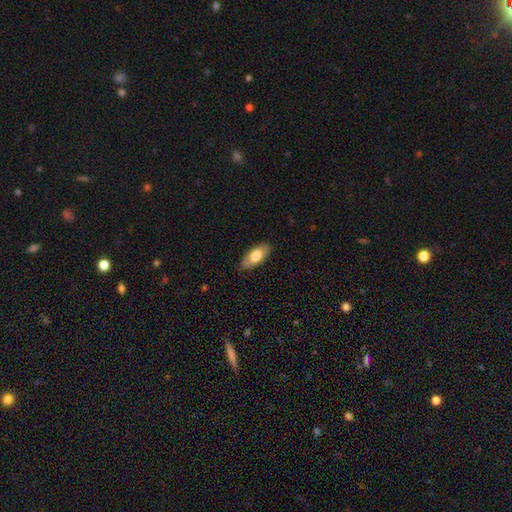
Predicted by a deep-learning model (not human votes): Smooth or featured? Predicted: smooth (p=0.75). How rounded? Predicted: in between (p=0.86). Merging? Predicted: none (p=0.86).